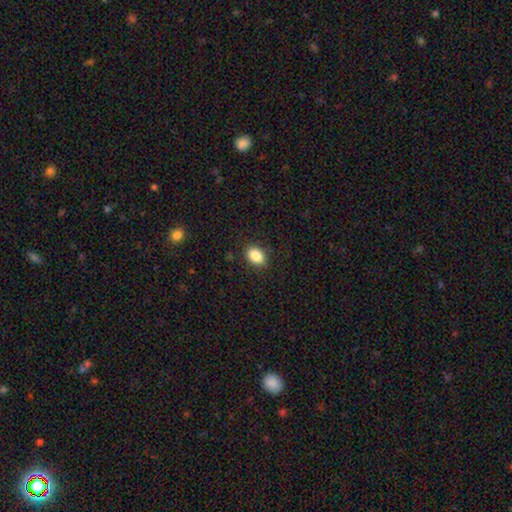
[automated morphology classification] Smooth or featured? smooth (86%)
How rounded? in between (82%)
Merging? none (87%)